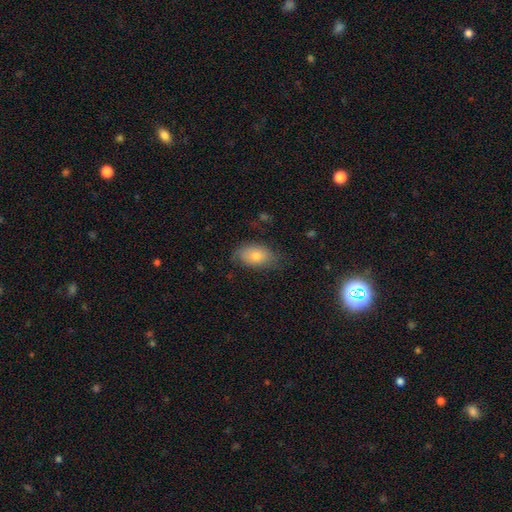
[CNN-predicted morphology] Q: Smooth or featured?
A: smooth (77%); runner-up: featured or disk (15%)
Q: How rounded?
A: in between (92%); runner-up: round (6%)
Q: Merging?
A: none (68%); runner-up: minor disturbance (23%)